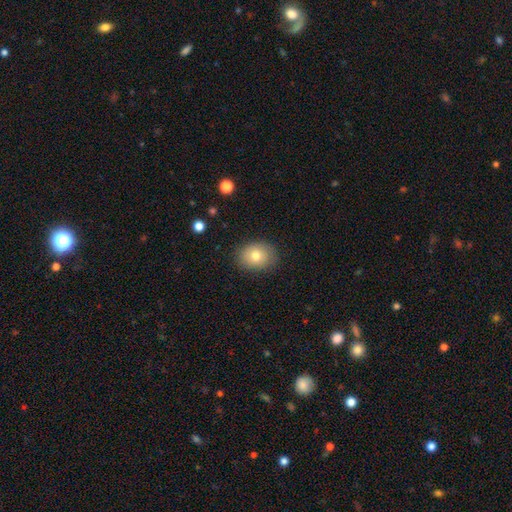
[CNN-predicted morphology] A smooth galaxy with no disk features (75%) that is in between round and cigar-shaped (53%). Merging: none (85%).